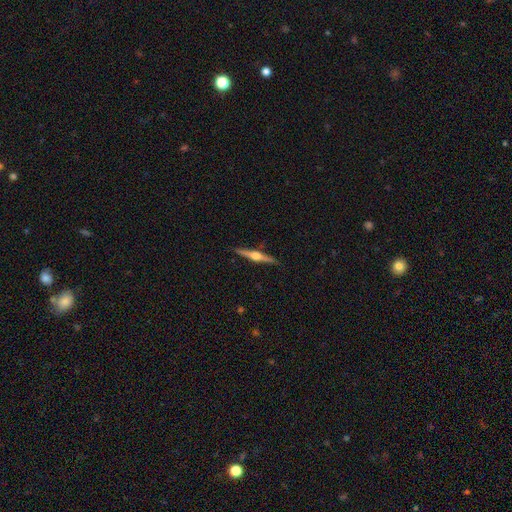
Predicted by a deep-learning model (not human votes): Overall: featured or disk (79%). Edge-on disk: yes (98%). Edge-on bulge: rounded (94%). Merging: none (90%).